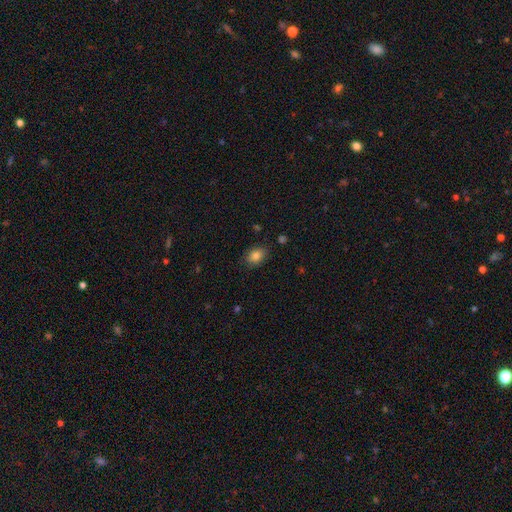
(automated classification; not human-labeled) smooth 84%, star or artifact 10%, featured or disk 7%. Down the decision tree: how rounded — in between (73%); merging — none (83%).